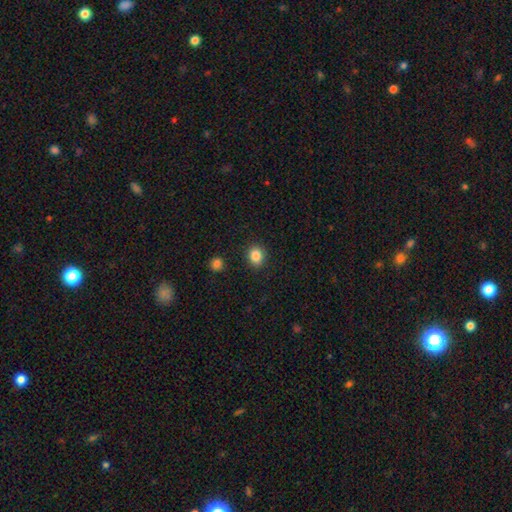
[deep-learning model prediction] The model was most divided on "how rounded": round: 65%, in between: 34%, cigar-shaped: 1%. More confident: merging — none (89%); smooth or featured — smooth (86%).